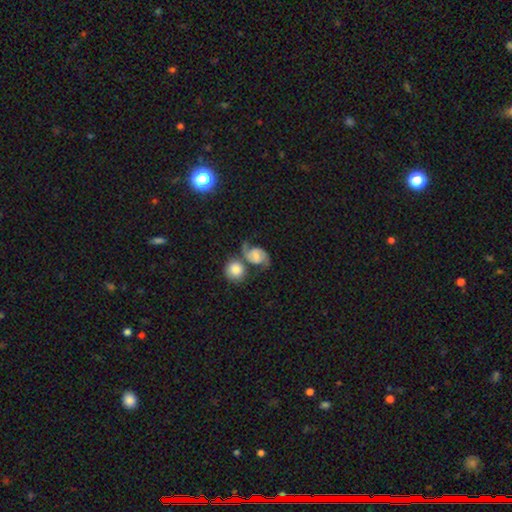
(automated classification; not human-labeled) The model was most divided on "bulge size": small: 39%, moderate: 36%, none: 14%, large: 9%, dominant: 2%. Remaining: edge-on disk — no (98%); spiral arms — yes (95%); spiral arm count — 2 (91%); smooth or featured — featured or disk (75%); spiral winding — medium (52%); merging — none (46%); bar — weak (45%).